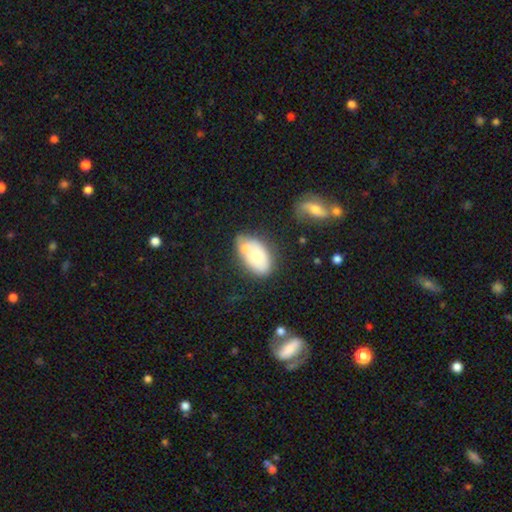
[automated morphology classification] Q: Smooth or featured?
A: smooth (61%); runner-up: featured or disk (33%)
Q: How rounded?
A: in between (92%); runner-up: round (6%)
Q: Merging?
A: none (43%); runner-up: merger (26%)